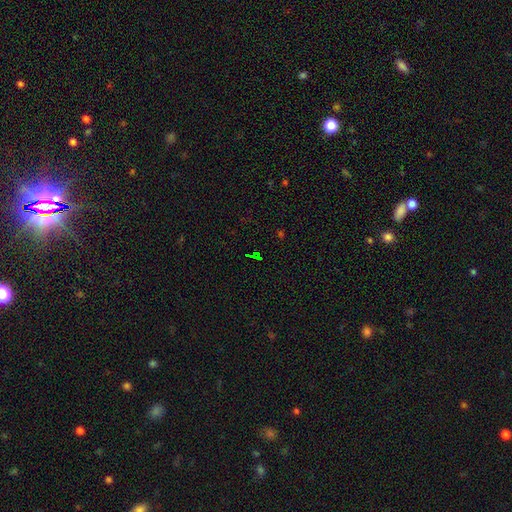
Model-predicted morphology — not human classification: Smooth or featured? star or artifact (73%)